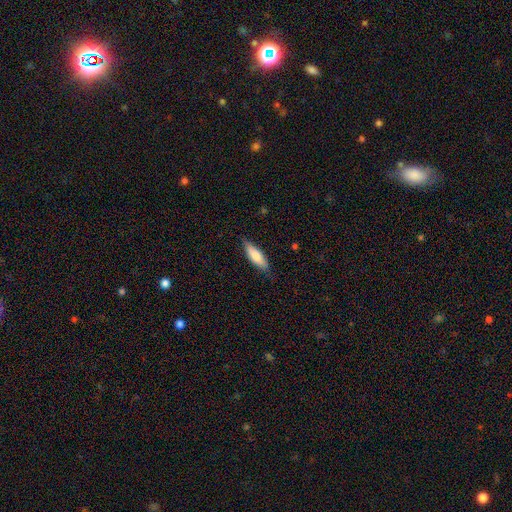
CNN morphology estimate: Overall: smooth (75%). How rounded: in between (55%; cigar-shaped 43%). Merging: none (80%).